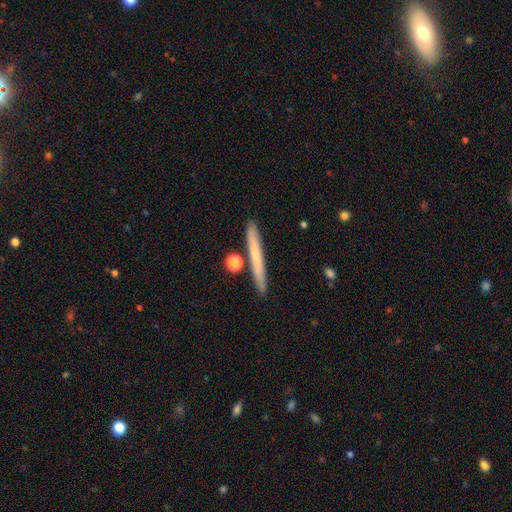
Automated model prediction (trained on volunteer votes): Smooth or featured?
  - smooth: 63% *
  - featured or disk: 30%
  - star or artifact: 7%
How rounded?
  - cigar-shaped: 96% *
  - in between: 2%
  - round: 2%
Merging?
  - none: 87% *
  - minor disturbance: 7%
  - merger: 4%
  - major disturbance: 2%